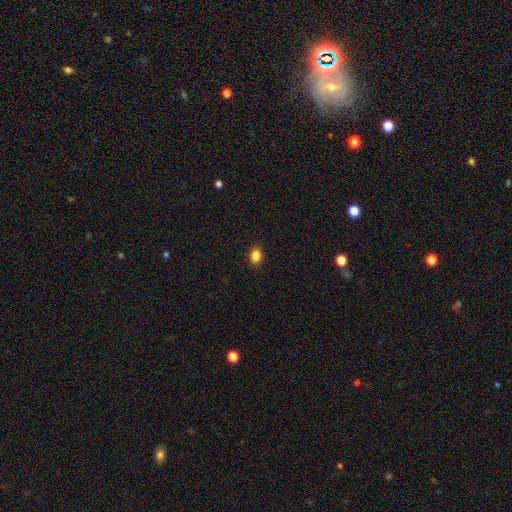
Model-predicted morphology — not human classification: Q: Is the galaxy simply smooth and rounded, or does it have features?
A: smooth — 86%.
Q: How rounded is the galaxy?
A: in between — 72%.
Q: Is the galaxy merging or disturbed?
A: none — 90%.